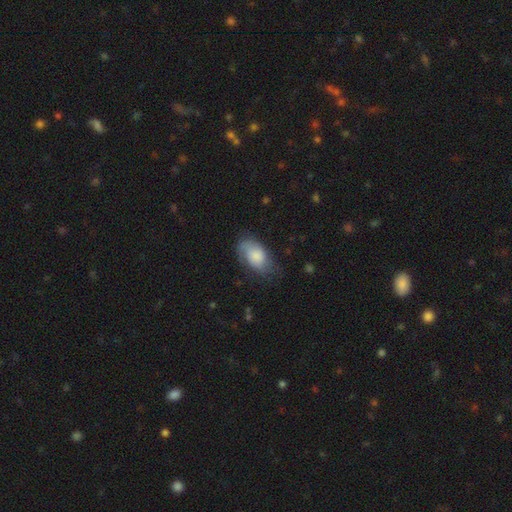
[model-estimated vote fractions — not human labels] This is likely a smooth galaxy (64%). How rounded: clearly in between (93%). Merging: possibly none (55%).